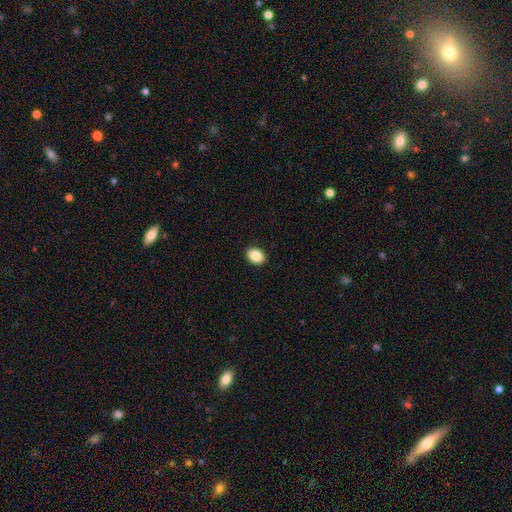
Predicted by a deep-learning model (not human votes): A smooth galaxy with no disk features (88%) that is in between round and cigar-shaped (66%). Merging: none (91%).